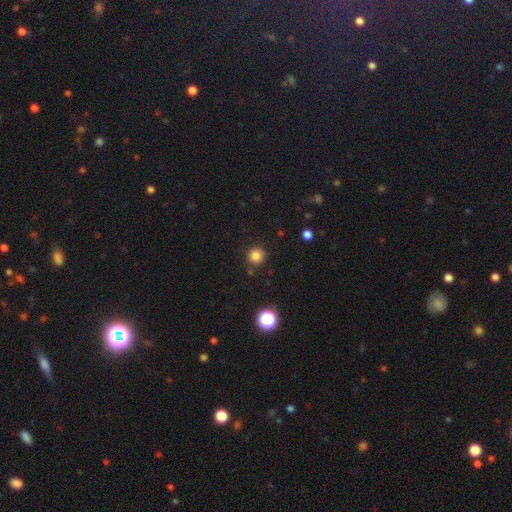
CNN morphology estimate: smooth-or-featured: smooth: 83% | star or artifact: 13% | featured or disk: 4%
  how-rounded: round: 91% | in between: 8% | cigar-shaped: 1%
  merging: none: 86% | minor disturbance: 9% | major disturbance: 3% | merger: 3%